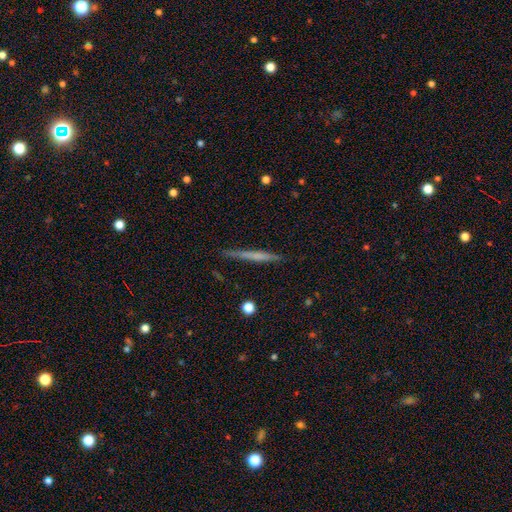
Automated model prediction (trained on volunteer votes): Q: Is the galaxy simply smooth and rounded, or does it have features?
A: smooth — 47%, tied with featured or disk.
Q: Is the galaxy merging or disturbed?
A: none — 87%.